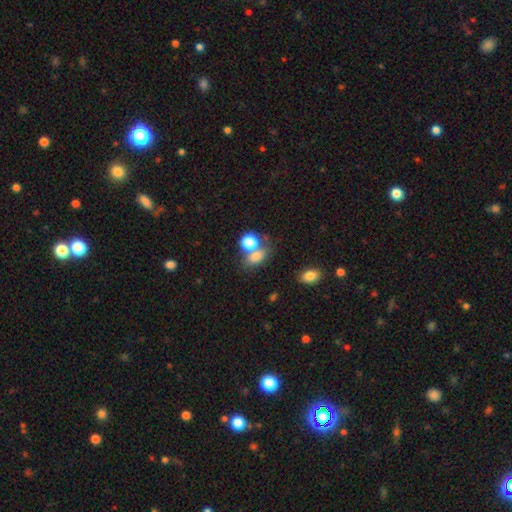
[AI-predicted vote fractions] Smooth or featured? Predicted: smooth (p=0.77). How rounded? Predicted: in between (p=0.69). Merging? Predicted: none (p=0.45).